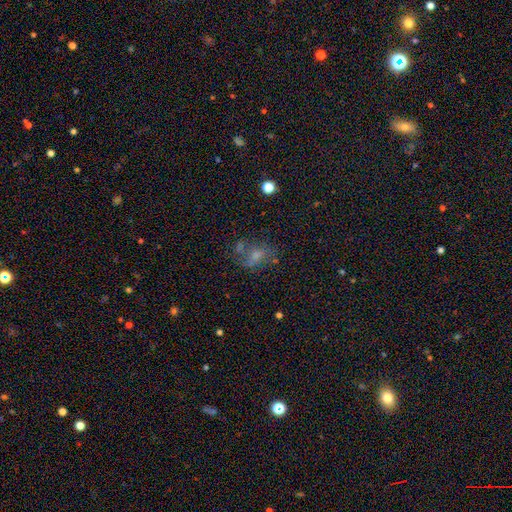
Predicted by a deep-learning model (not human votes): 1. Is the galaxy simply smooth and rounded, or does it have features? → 41% featured or disk, 40% smooth, 19% star or artifact.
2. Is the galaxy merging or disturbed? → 42% none, 24% major disturbance, 20% minor disturbance, 13% merger.